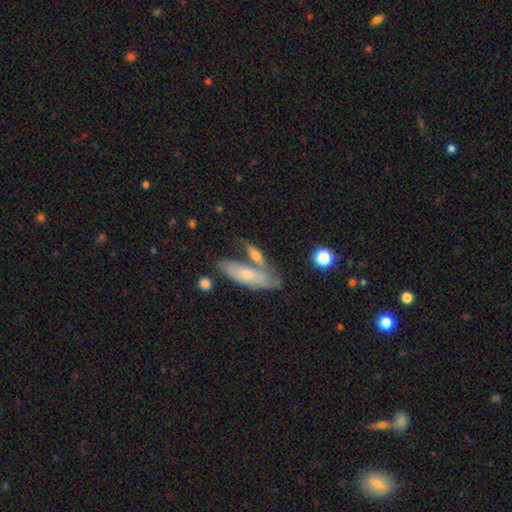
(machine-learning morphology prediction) Smooth or featured? smooth (58%)
How rounded? in between (56%)
Merging? merger (43%)